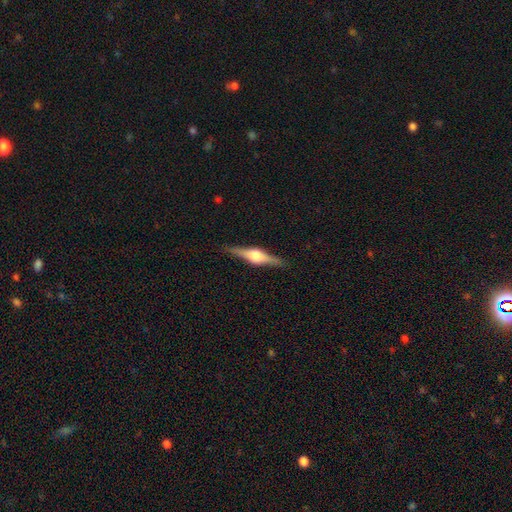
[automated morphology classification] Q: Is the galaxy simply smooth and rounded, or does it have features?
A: featured or disk — 78%.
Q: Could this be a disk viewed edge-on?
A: yes — 98%.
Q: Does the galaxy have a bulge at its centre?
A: rounded — 89%.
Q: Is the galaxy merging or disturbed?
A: none — 89%.